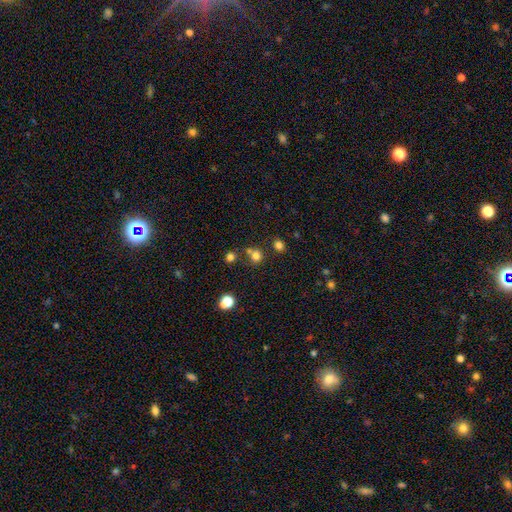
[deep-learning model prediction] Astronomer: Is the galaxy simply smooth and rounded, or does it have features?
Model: smooth — 73%.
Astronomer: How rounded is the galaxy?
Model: round — 85%.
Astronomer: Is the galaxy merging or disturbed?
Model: none — 63%.